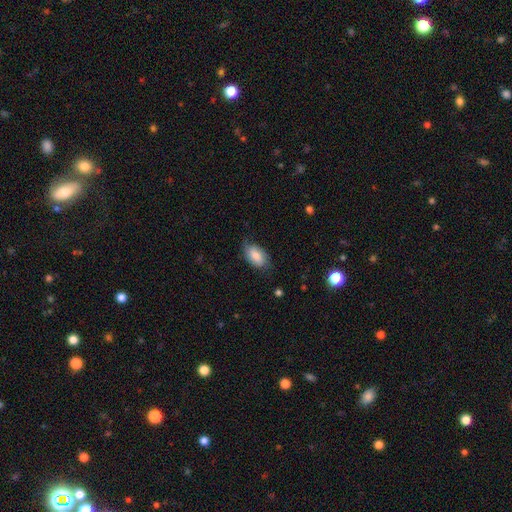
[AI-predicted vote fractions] A smooth galaxy with no disk features (80%) that is in between round and cigar-shaped (93%).

Vote fractions:
- Smooth or featured? smooth: 80% / featured or disk: 14% / star or artifact: 7%
- How rounded? in between: 93% / round: 5% / cigar-shaped: 2%
- Merging? none: 69% / minor disturbance: 24% / major disturbance: 6% / merger: 1%